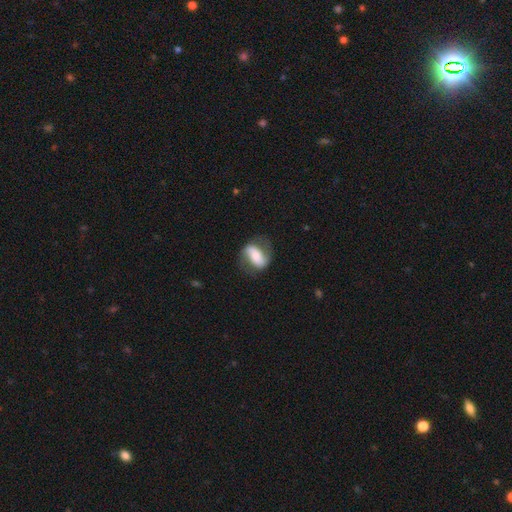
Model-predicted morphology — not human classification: This is possibly a featured or disk galaxy (57%). It is clearly not viewed edge-on (93%). Bar: possibly strong (51%). Spiral arm pattern: clearly yes (81%). Central bulge: marginally moderate (37%). Merging: likely none (67%).